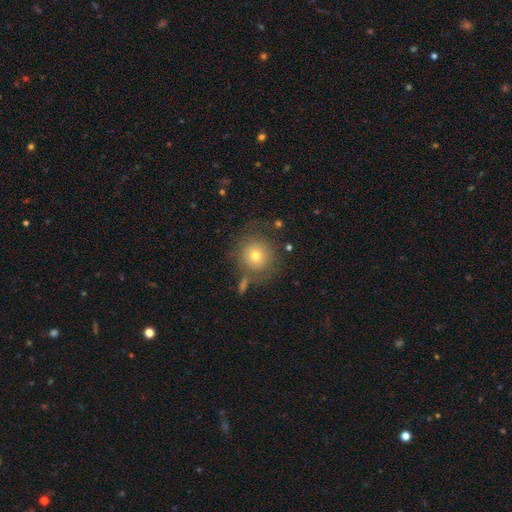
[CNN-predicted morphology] A smooth galaxy with no disk features (70%) that is round (93%). Merging: none (72%).